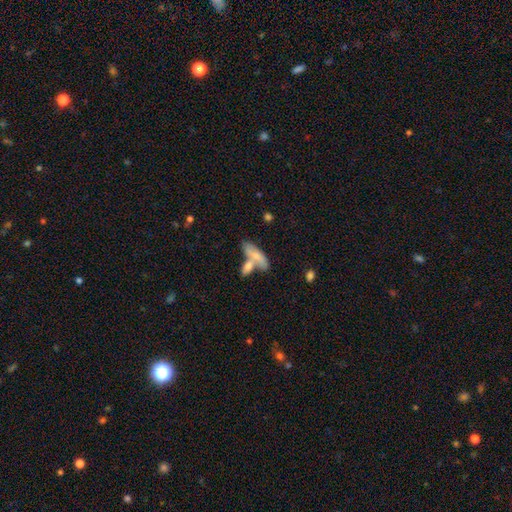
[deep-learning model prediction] smooth-or-featured: smooth: 69% | featured or disk: 24% | star or artifact: 6%
  how-rounded: in between: 53% | cigar-shaped: 44% | round: 3%
  merging: merger: 46% | none: 37% | minor disturbance: 11% | major disturbance: 5%